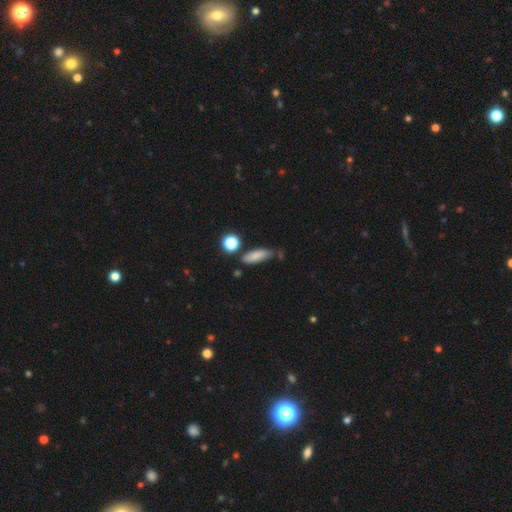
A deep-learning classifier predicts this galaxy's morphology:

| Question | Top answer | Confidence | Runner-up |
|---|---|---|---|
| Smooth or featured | smooth | 79% | featured or disk (12%) |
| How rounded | in between | 55% | cigar-shaped (41%) |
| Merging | none | 66% | minor disturbance (21%) |